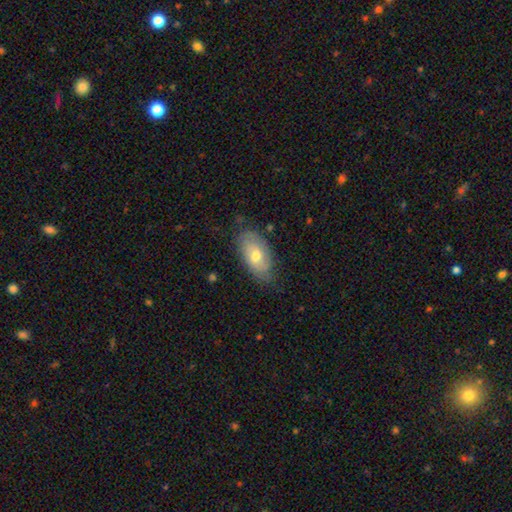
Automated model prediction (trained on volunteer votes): Q: Smooth or featured?
A: smooth (56%); runner-up: featured or disk (37%)
Q: How rounded?
A: in between (92%); runner-up: round (5%)
Q: Merging?
A: none (73%); runner-up: minor disturbance (21%)